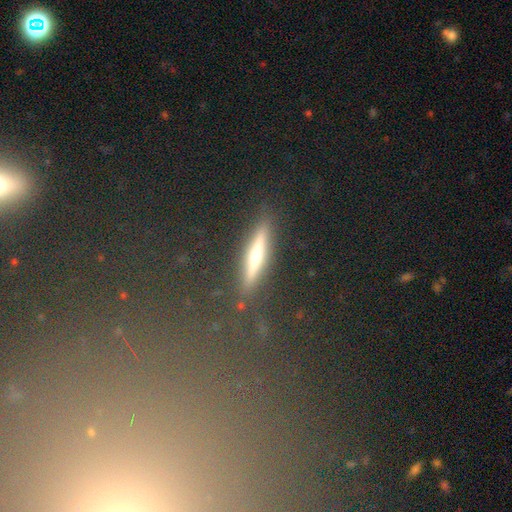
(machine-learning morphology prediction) Smooth or featured? featured or disk (43%)
Merging? none (87%)